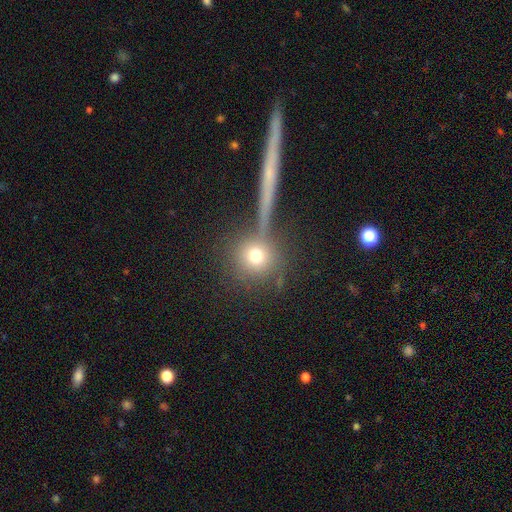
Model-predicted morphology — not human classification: A smooth galaxy with no disk features (70%) that is round (92%). Merging: none (71%).